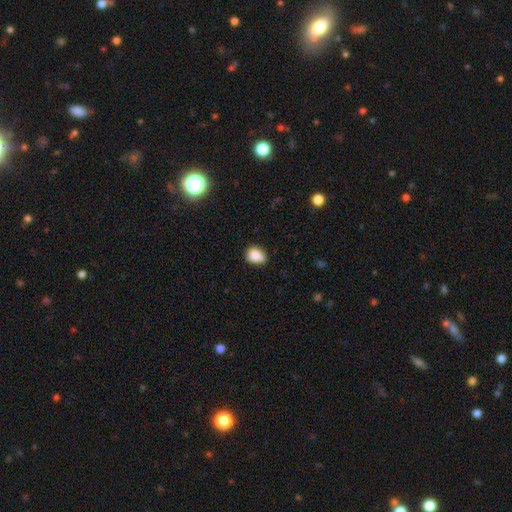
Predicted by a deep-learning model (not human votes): smooth_or_featured: smooth (p=0.86) [alt: star or artifact p=0.09]
how_rounded: in between (p=0.60) [alt: round p=0.38]
merging: none (p=0.71) [alt: minor disturbance p=0.23]